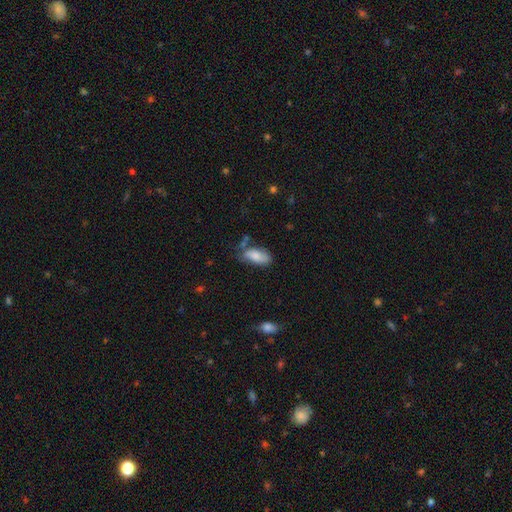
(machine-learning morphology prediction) A smooth galaxy with no disk features (80%) that is in between round and cigar-shaped (90%). Merging: none (53%).